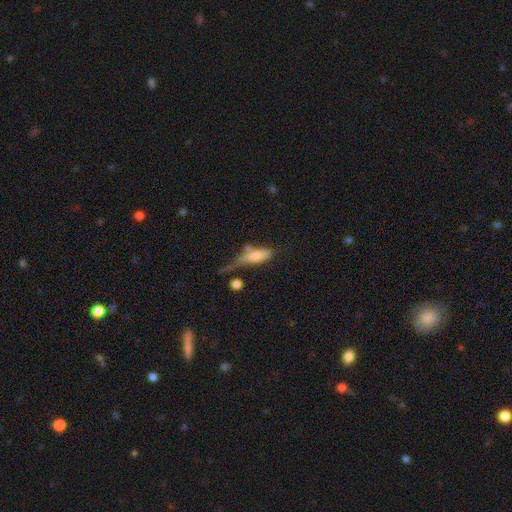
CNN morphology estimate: The model was most divided on "how rounded": in between: 50%, cigar-shaped: 46%, round: 3%. Remaining: smooth or featured — smooth (67%); merging — none (30%).